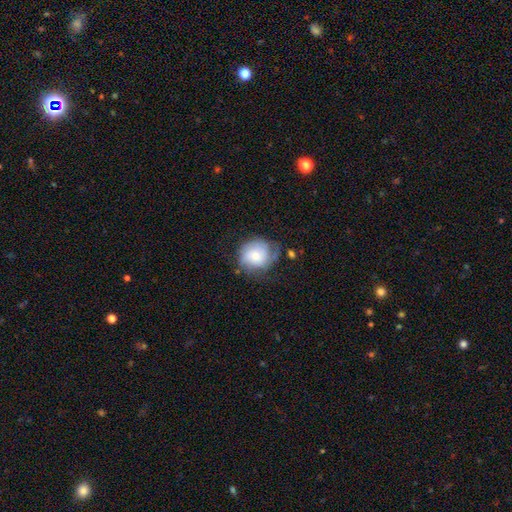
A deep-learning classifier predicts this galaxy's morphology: A smooth galaxy with no disk features (49%).

Vote fractions:
- Smooth or featured? smooth: 49% / featured or disk: 43% / star or artifact: 8%
- Merging? none: 54% / minor disturbance: 28% / major disturbance: 15% / merger: 3%